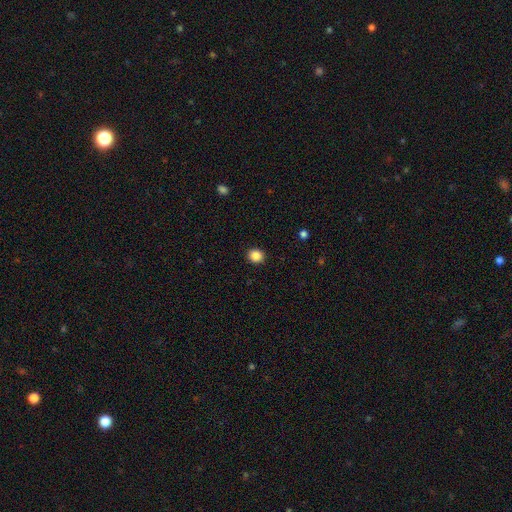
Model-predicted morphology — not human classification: This appears to be a smooth galaxy with no disk features (86%) that is round (83%). Merging: none (92%).